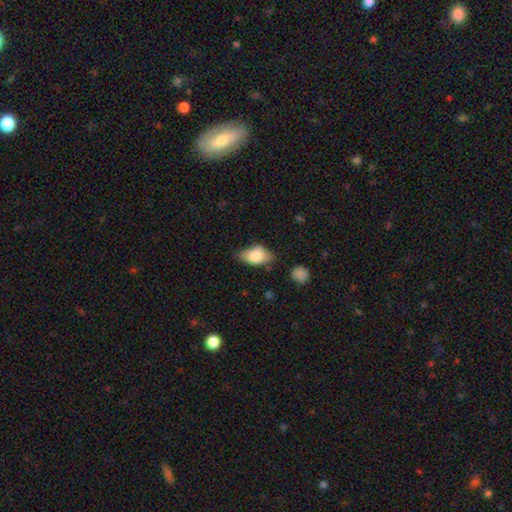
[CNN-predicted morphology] A smooth galaxy with no disk features (76%) that is in between round and cigar-shaped (86%).

Vote fractions:
- Smooth or featured? smooth: 76% / featured or disk: 16% / star or artifact: 8%
- How rounded? in between: 86% / round: 9% / cigar-shaped: 4%
- Merging? none: 60% / minor disturbance: 30% / major disturbance: 8% / merger: 3%